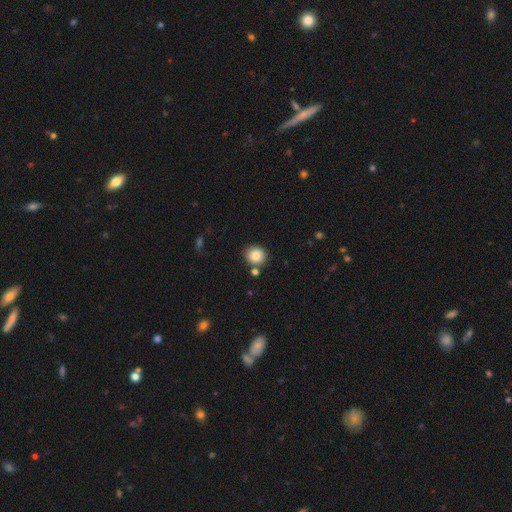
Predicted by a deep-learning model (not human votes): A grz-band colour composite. It shows a smooth galaxy with no disk features (86%) that is round (86%). Merging: none (81%).